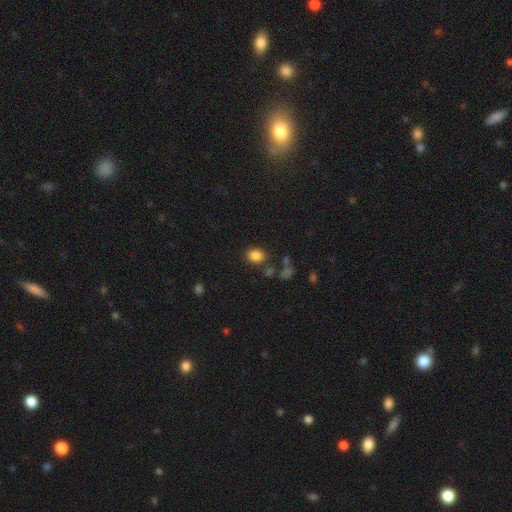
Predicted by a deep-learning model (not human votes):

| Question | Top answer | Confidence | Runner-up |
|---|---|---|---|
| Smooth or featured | smooth | 84% | star or artifact (11%) |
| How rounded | in between | 51% | round (49%) |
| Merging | none | 79% | minor disturbance (11%) |